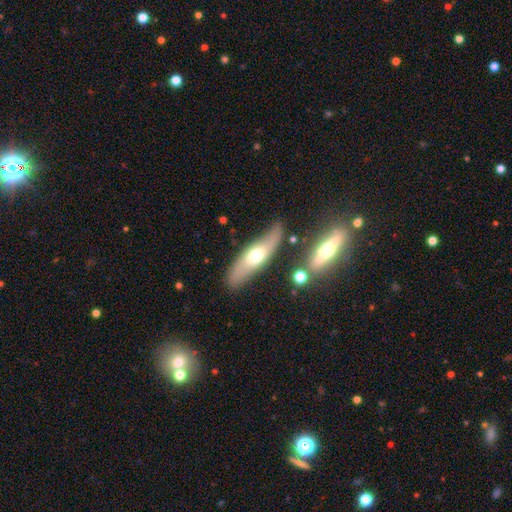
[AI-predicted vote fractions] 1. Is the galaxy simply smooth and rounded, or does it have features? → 51% smooth, 43% featured or disk, 7% star or artifact.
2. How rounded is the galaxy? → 56% cigar-shaped, 42% in between, 2% round.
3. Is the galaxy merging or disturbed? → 74% none, 16% minor disturbance, 5% merger, 5% major disturbance.